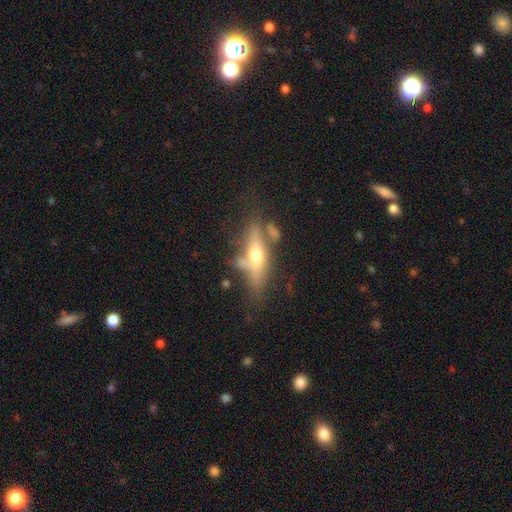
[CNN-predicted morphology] smooth-or-featured: featured or disk: 61% | smooth: 31% | star or artifact: 8%
  disk-edge-on: yes: 85% | no: 15%
    edge-on-bulge: rounded: 93% | boxy: 4% | none: 3%
  merging: none: 57% | minor disturbance: 19% | merger: 14% | major disturbance: 10%